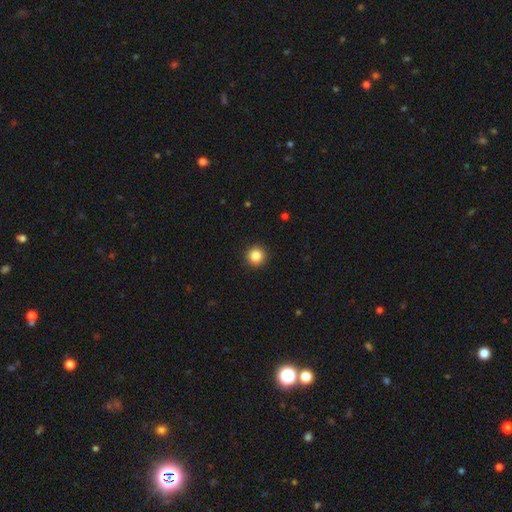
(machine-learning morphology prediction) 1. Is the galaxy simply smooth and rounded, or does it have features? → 86% smooth, 10% star or artifact, 4% featured or disk.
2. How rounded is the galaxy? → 95% round, 4% in between, 1% cigar-shaped.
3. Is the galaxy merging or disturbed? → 93% none, 5% minor disturbance, 2% major disturbance, 1% merger.